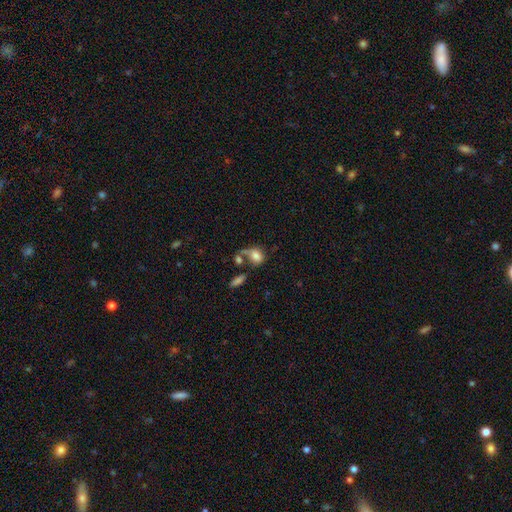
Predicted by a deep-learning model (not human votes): The model was most divided on "merging": none: 35%, merger: 31%, minor disturbance: 18%, major disturbance: 16%. More confident: smooth or featured — smooth (76%); how rounded — in between (60%).